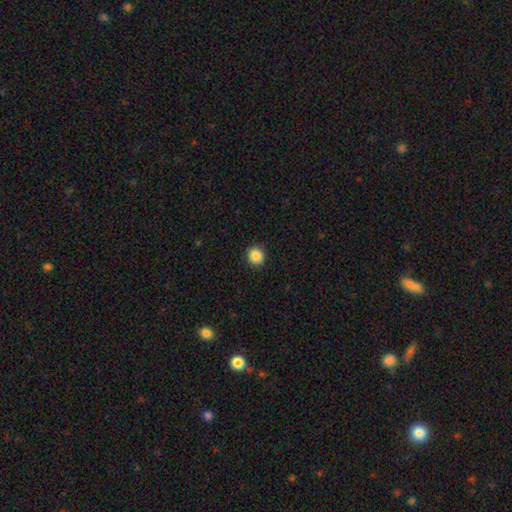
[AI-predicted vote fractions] Morphology: type=smooth (87%); roundness=round (88%); merging=none (91%).